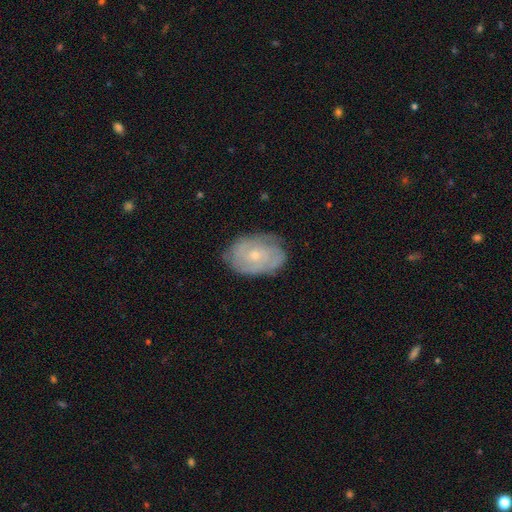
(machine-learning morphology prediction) A featured or disk galaxy (67%) with no bar (79%), tight (65%) spiral arms (80%) and a small central bulge (66%). Merging: none (75%).